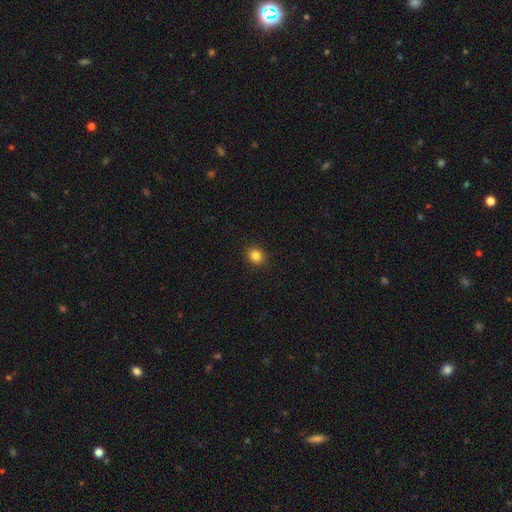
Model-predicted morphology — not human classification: The model was most divided on "how rounded": round: 68%, in between: 32%, cigar-shaped: 1%. More confident: merging — none (91%); smooth or featured — smooth (85%).